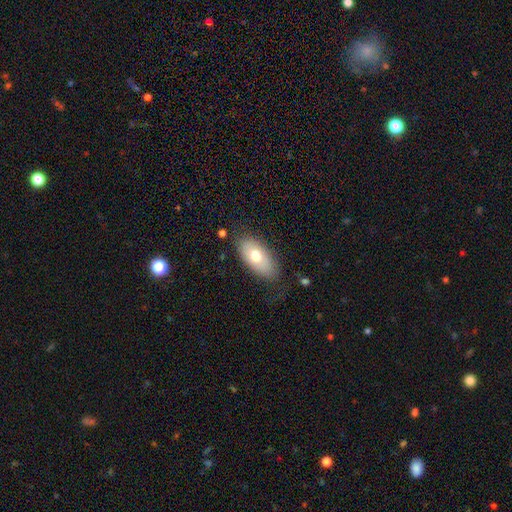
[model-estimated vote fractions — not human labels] Q: Smooth or featured?
A: smooth (69%); runner-up: featured or disk (25%)
Q: How rounded?
A: in between (91%); runner-up: cigar-shaped (4%)
Q: Merging?
A: none (75%); runner-up: minor disturbance (17%)